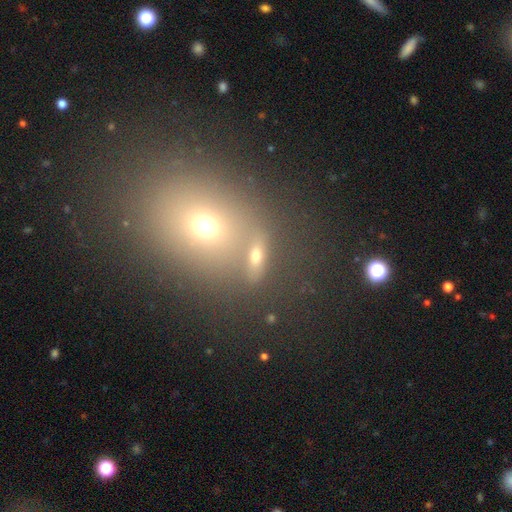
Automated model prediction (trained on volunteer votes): smooth-or-featured: smooth: 57% | star or artifact: 24% | featured or disk: 19%
  how-rounded: in between: 47% | round: 40% | cigar-shaped: 13%
  merging: none: 64% | merger: 21% | minor disturbance: 10% | major disturbance: 6%